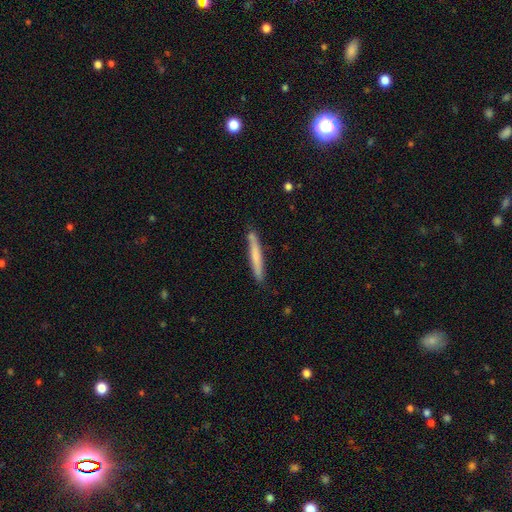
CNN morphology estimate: Smooth or featured? Predicted: smooth (p=0.64). How rounded? Predicted: cigar-shaped (p=0.96). Merging? Predicted: none (p=0.84).